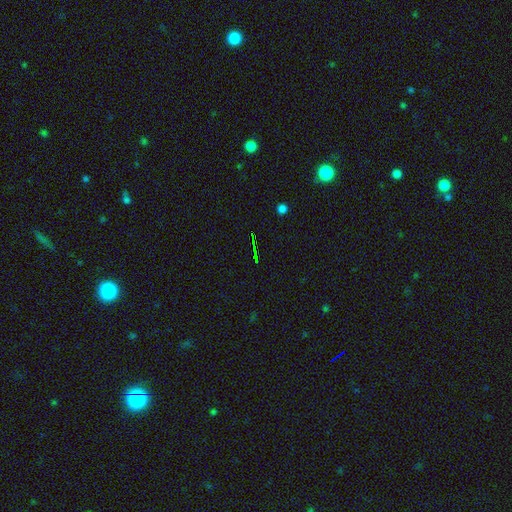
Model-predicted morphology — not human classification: type=star or artifact (73%).